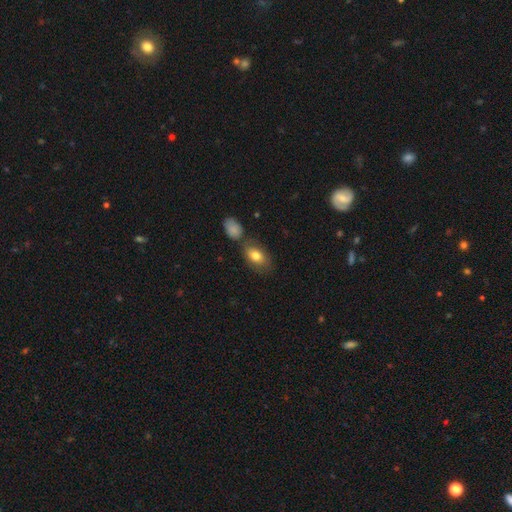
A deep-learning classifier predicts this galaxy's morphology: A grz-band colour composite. It shows a smooth galaxy with no disk features (78%) that is in between round and cigar-shaped (89%). Merging: none (60%).